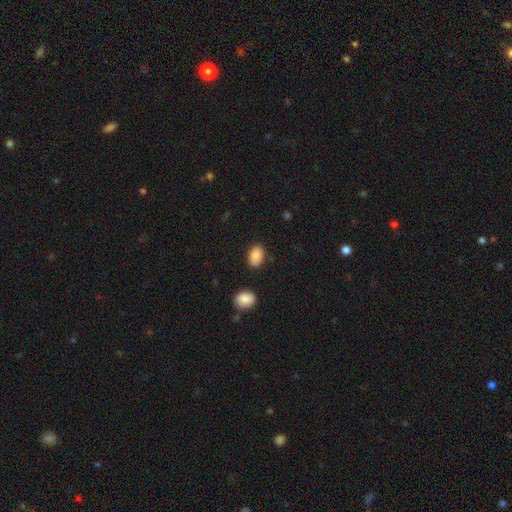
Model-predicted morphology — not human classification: type=smooth (88%); roundness=in between (86%); merging=none (84%).